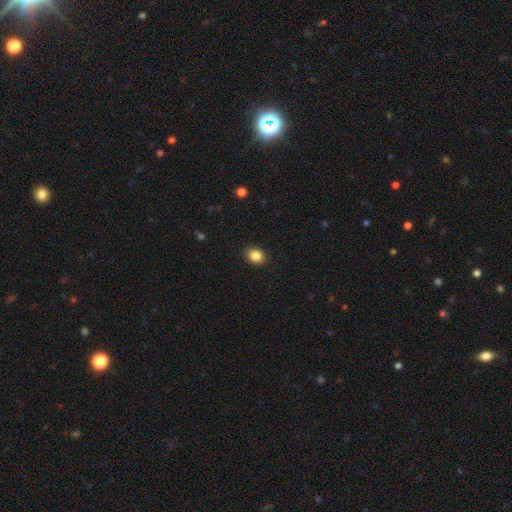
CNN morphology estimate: Smooth or featured? Predicted: smooth (p=0.86). How rounded? Predicted: round (p=0.51). Merging? Predicted: none (p=0.89).